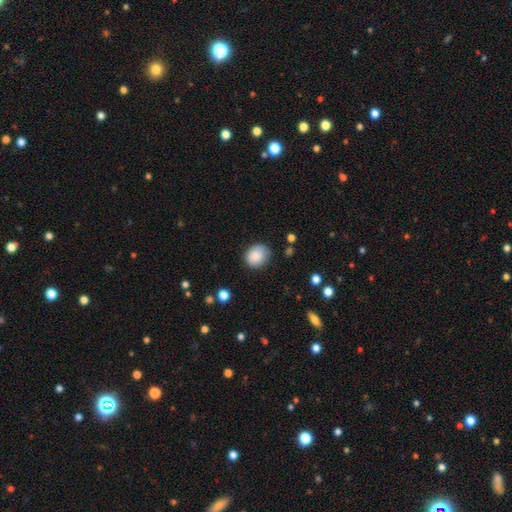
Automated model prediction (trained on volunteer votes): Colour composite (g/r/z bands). It shows a smooth galaxy with no disk features (87%) that is round (64%). Merging: none (72%).